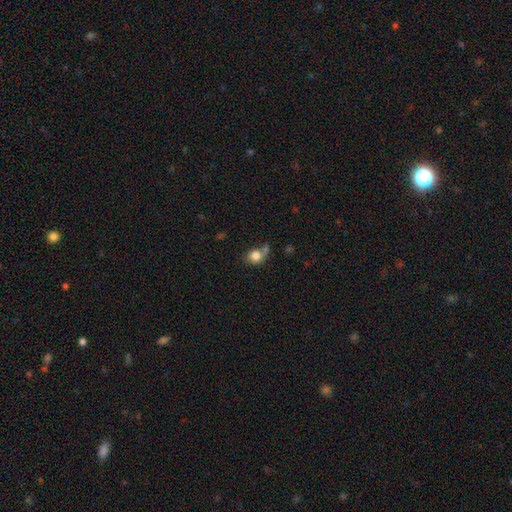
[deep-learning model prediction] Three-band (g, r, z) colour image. It shows a smooth galaxy with no disk features (81%) that is round (65%). Merging: none (47%).